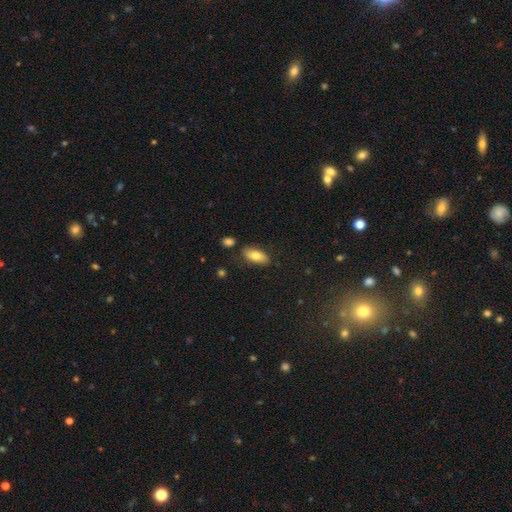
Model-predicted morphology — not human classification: Overall: smooth (77%). How rounded: in between (86%). Merging: none (81%).